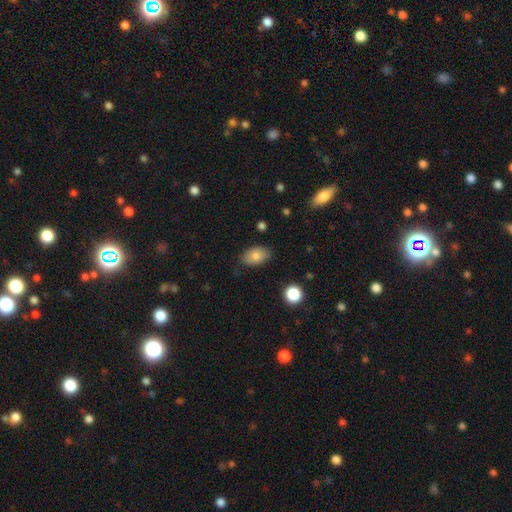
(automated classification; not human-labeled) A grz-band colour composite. It shows a smooth galaxy with no disk features (81%) that is in between round and cigar-shaped (89%). Merging: none (79%).